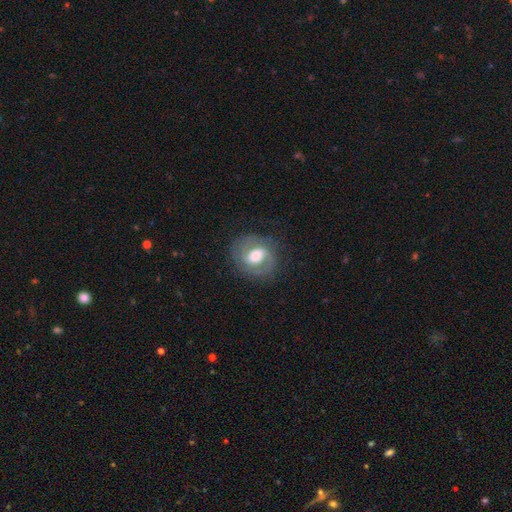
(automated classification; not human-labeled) smooth-or-featured: featured or disk: 77% | smooth: 17% | star or artifact: 6%
  disk-edge-on: no: 98% | yes: 2%
    bar: weak: 45% | no: 37% | strong: 18%
    has-spiral-arms: yes: 90% | no: 10%
      spiral-winding: tight: 47% | medium: 41% | loose: 12%
      spiral-arm-count: 2: 79% | can't tell: 9% | 1: 5% | 3: 3% | 4: 1% | more than 4: 1%
    bulge-size: moderate: 53% | large: 27% | small: 15% | dominant: 3% | none: 2%
  merging: none: 76% | minor disturbance: 14% | major disturbance: 8% | merger: 1%